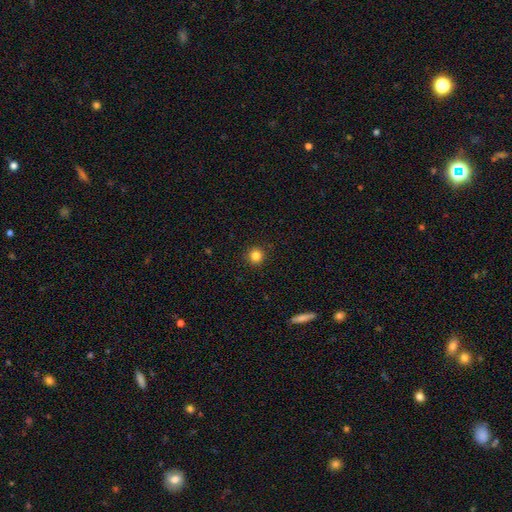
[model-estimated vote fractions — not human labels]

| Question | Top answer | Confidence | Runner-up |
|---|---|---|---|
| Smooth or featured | smooth | 84% | star or artifact (12%) |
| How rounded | round | 94% | in between (5%) |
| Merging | none | 92% | minor disturbance (5%) |